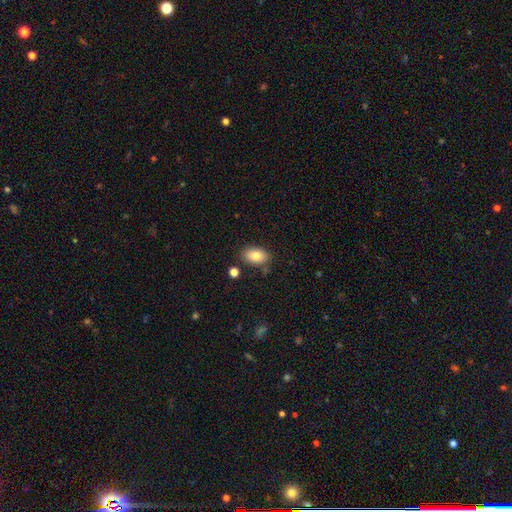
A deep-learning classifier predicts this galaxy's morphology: smooth 81%, featured or disk 11%, star or artifact 8%. Down the decision tree: how rounded — in between (90%); merging — none (81%).